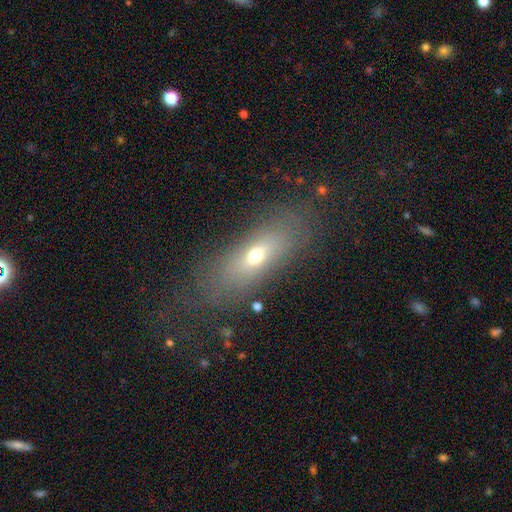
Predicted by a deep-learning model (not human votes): Smooth or featured? smooth (57%)
How rounded? in between (63%)
Merging? none (76%)